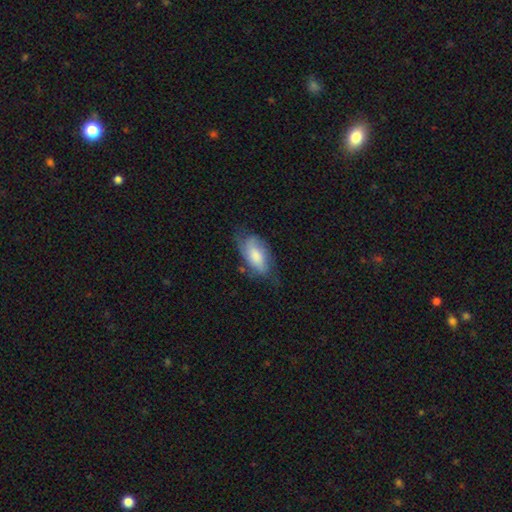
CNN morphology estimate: smooth_or_featured: smooth (p=0.61) [alt: featured or disk p=0.32]
how_rounded: in between (p=0.91) [alt: cigar-shaped p=0.06]
merging: none (p=0.51) [alt: minor disturbance p=0.32]